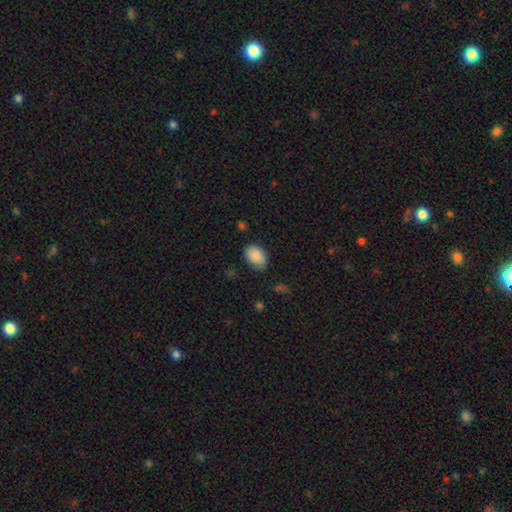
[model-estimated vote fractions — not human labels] The model was most divided on "merging": none: 70%, minor disturbance: 24%, major disturbance: 5%, merger: 2%. More confident: smooth or featured — smooth (88%); how rounded — in between (83%).